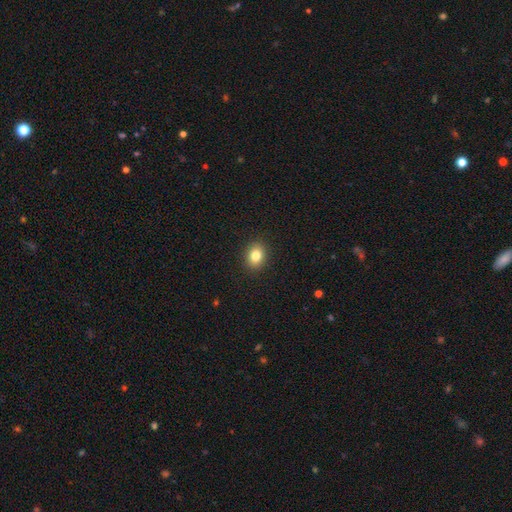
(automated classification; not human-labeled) Overall: smooth (82%). How rounded: in between (53%; round 46%). Merging: none (91%).